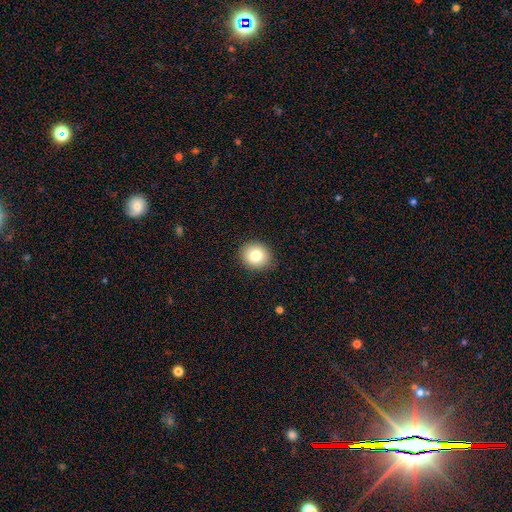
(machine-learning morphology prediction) This appears to be a smooth galaxy with no disk features (81%) that is round (76%). Merging: none (89%).